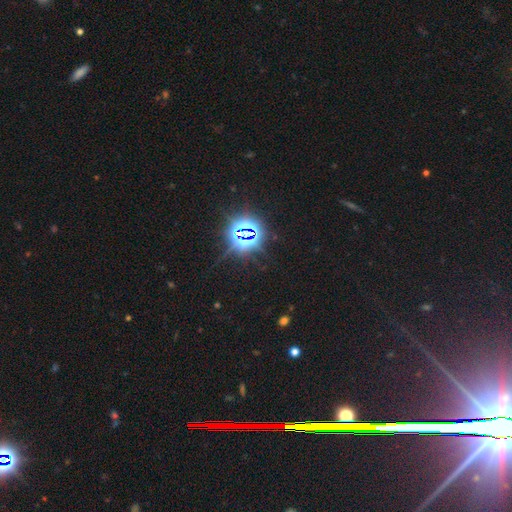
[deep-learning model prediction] This is likely a star or artifact rather than a galaxy (79%).